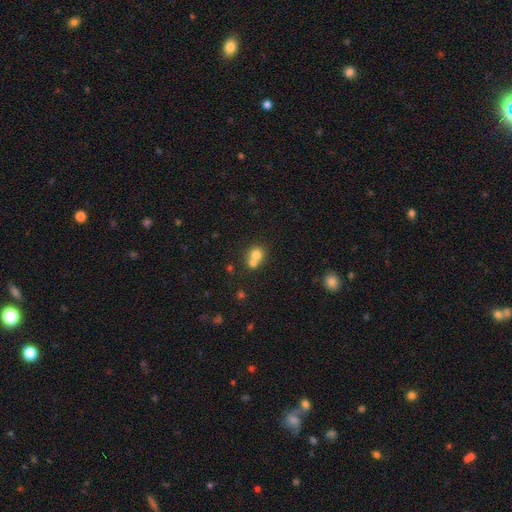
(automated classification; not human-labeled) smooth 74%, featured or disk 15%, star or artifact 11%. Down the decision tree: how rounded — round (80%); merging — merger (59%).